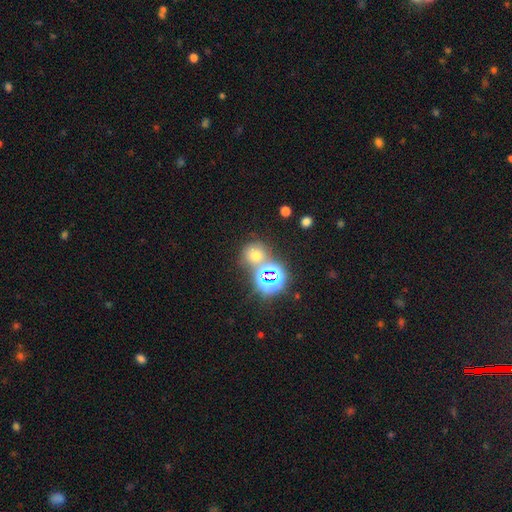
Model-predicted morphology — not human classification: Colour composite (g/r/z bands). It shows a smooth galaxy with no disk features (50%) that is round (83%). Merging: none (62%).